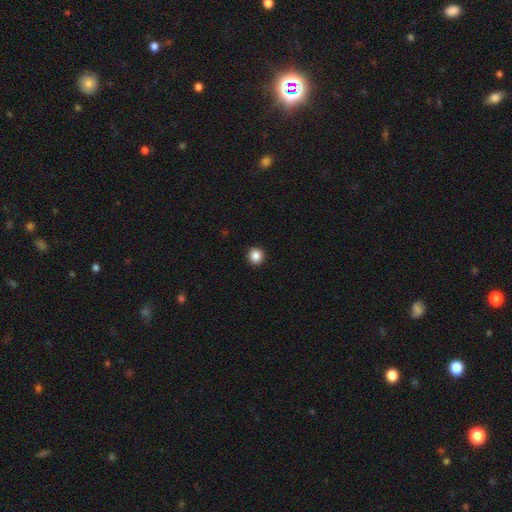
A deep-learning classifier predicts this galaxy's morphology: Smooth or featured: smooth — 87% (star or artifact — 10%)
How rounded: round — 91% (in between — 8%)
Merging: none — 93% (minor disturbance — 4%)